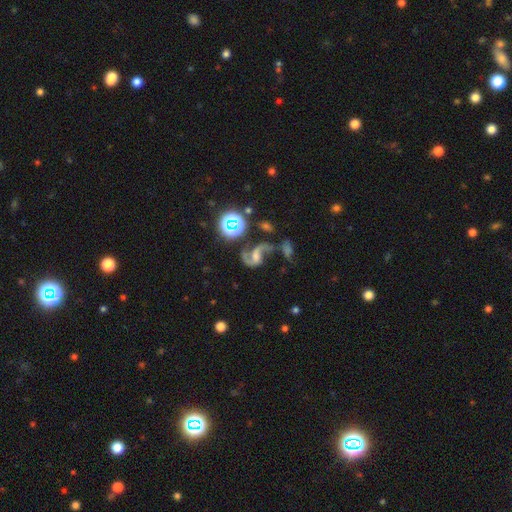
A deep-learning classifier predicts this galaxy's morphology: The model was most divided on "bar": weak: 42%, no: 36%, strong: 22%. Remaining: edge-on disk — no (97%); spiral arms — yes (94%); spiral arm count — 2 (86%); smooth or featured — featured or disk (75%); spiral winding — loose (62%); merging — none (43%); bulge size — moderate (39%).